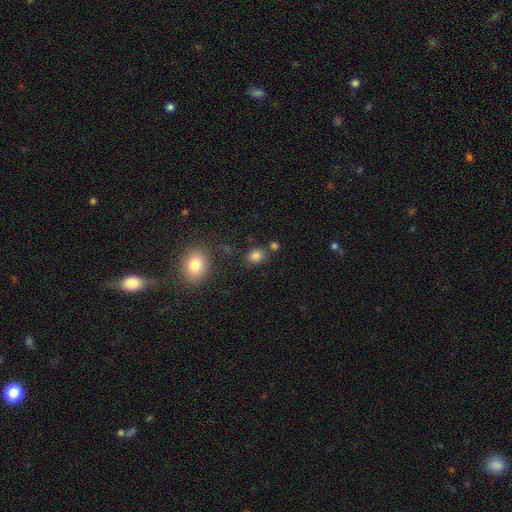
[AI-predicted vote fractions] Overall: smooth (82%). How rounded: round (52%; in between 47%). Merging: none (76%).